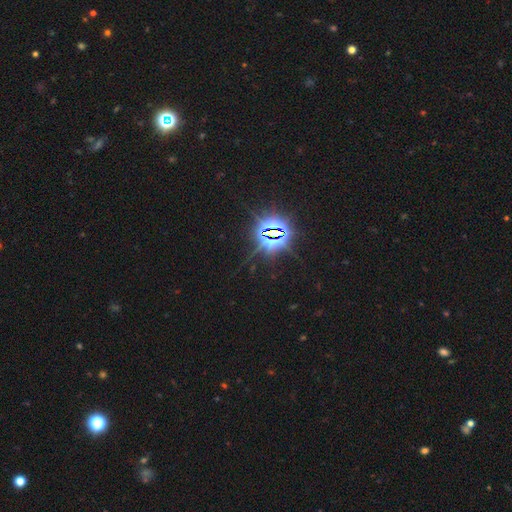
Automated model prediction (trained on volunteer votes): smooth-or-featured: star or artifact: 83% | smooth: 10% | featured or disk: 6%